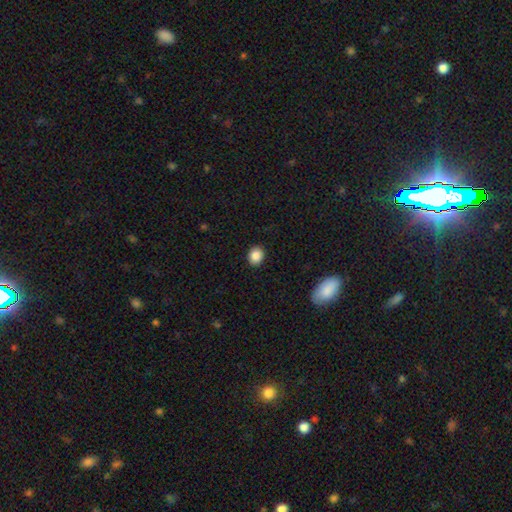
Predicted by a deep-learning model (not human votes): A smooth galaxy with no disk features (87%) that is round (53%). Merging: none (91%).